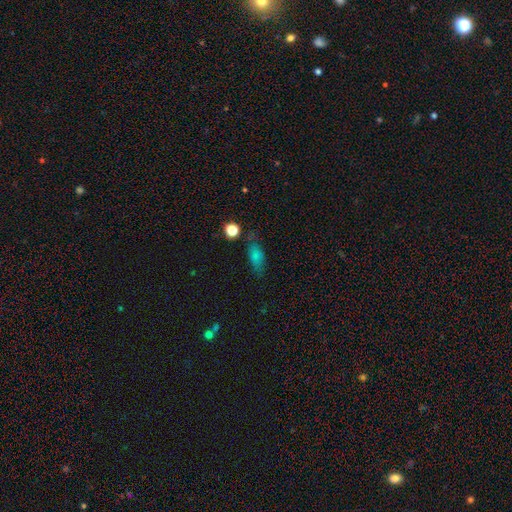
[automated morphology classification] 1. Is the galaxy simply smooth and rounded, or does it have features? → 61% smooth, 20% star or artifact, 20% featured or disk.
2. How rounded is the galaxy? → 66% in between, 25% cigar-shaped, 9% round.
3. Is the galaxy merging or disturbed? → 72% none, 18% minor disturbance, 6% major disturbance, 4% merger.